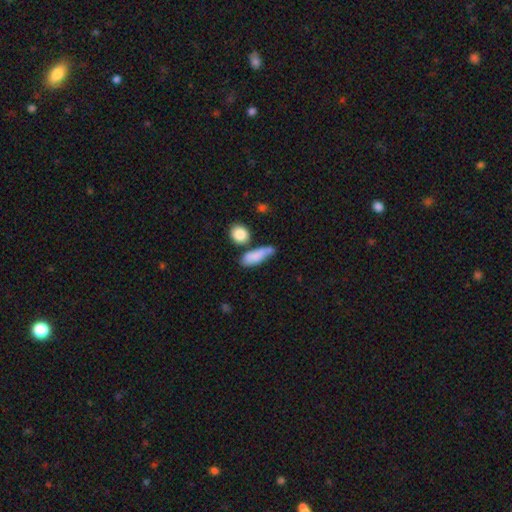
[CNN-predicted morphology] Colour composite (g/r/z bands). It shows a smooth galaxy with no disk features (79%) that is in between round and cigar-shaped (58%). Merging: none (44%).